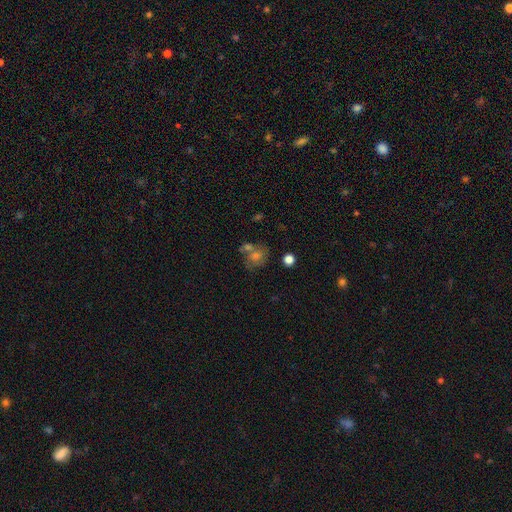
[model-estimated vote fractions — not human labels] This is possibly a smooth galaxy (53%). How rounded: likely round (62%). Merging: possibly none (49%).